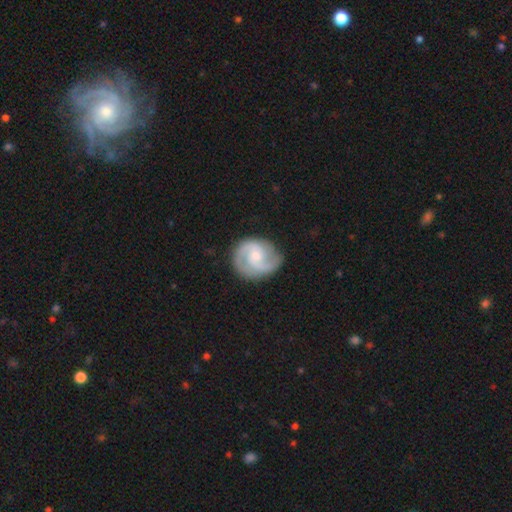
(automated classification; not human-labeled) smooth-or-featured: featured or disk: 85% | smooth: 11% | star or artifact: 5%
  disk-edge-on: no: 98% | yes: 2%
    bar: no: 58% | weak: 36% | strong: 6%
    has-spiral-arms: yes: 97% | no: 3%
      spiral-winding: medium: 51% | tight: 37% | loose: 12%
      spiral-arm-count: 2: 73% | 3: 14% | can't tell: 6% | 1: 3% | 4: 2% | more than 4: 2%
    bulge-size: small: 57% | moderate: 38% | none: 2% | large: 2% | dominant: 1%
  merging: none: 81% | minor disturbance: 13% | major disturbance: 4% | merger: 1%